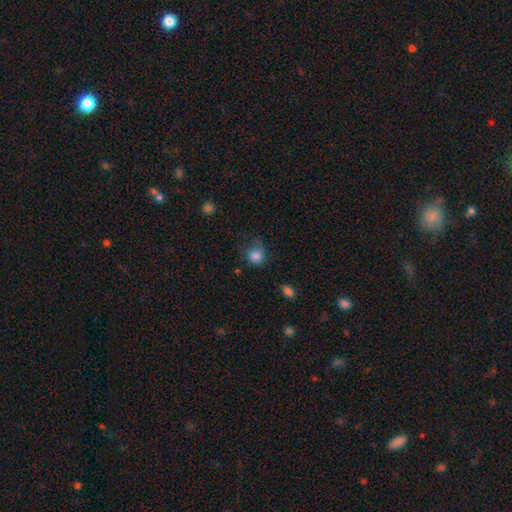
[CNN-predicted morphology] Overall: smooth (85%). How rounded: round (85%). Merging: none (61%; minor disturbance 27%).